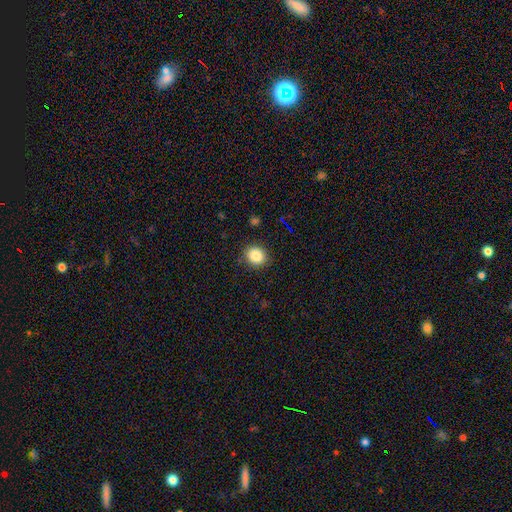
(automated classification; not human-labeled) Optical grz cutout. It shows a smooth galaxy with no disk features (85%) that is round (72%). Merging: none (88%).